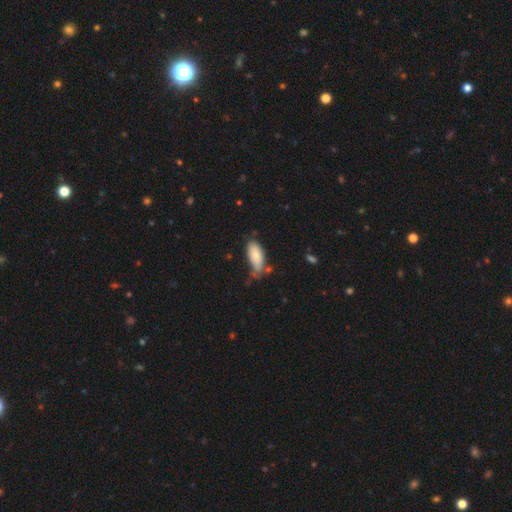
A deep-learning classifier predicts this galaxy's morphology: type=smooth (79%); roundness=in between (87%); merging=none (50%).